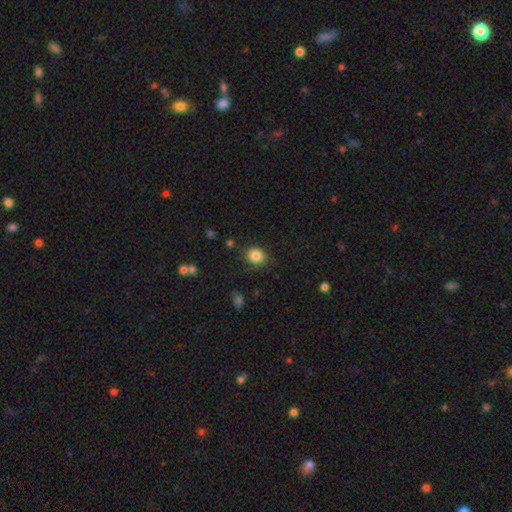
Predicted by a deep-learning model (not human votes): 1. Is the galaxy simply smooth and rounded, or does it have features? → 85% smooth, 10% star or artifact, 5% featured or disk.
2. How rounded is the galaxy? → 67% round, 33% in between, 1% cigar-shaped.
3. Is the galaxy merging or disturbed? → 80% none, 14% minor disturbance, 4% major disturbance, 2% merger.